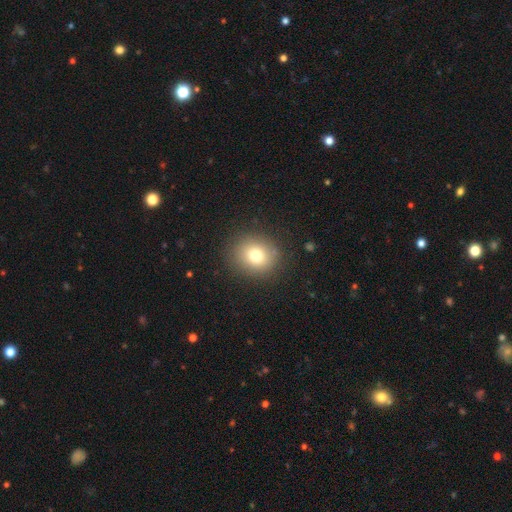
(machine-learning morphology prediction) This is likely a smooth galaxy (76%). How rounded: likely round (79%). Merging: clearly none (86%).